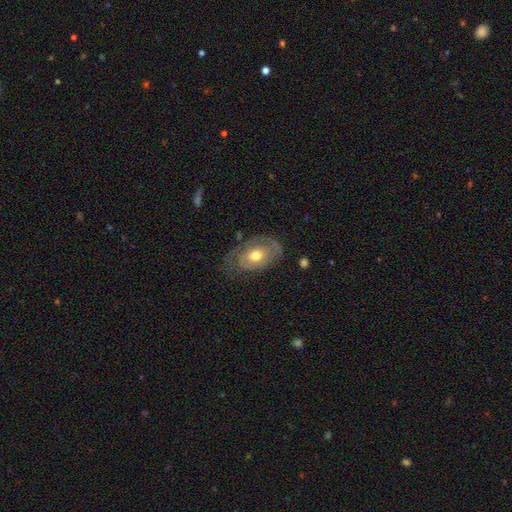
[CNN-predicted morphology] Overall: featured or disk (57%; smooth 37%). Edge-on disk: no (92%). Bar: no (84%). Spiral arms: yes (55%; no 45%). Bulge size: moderate (73%). Merging: none (54%; minor disturbance 26%).